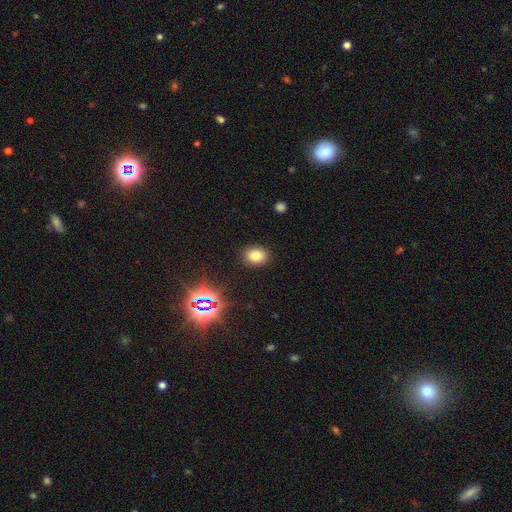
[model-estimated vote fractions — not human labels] smooth-or-featured: smooth: 79% | star or artifact: 15% | featured or disk: 6%
  how-rounded: in between: 62% | round: 37% | cigar-shaped: 1%
  merging: none: 88% | minor disturbance: 8% | major disturbance: 3% | merger: 1%